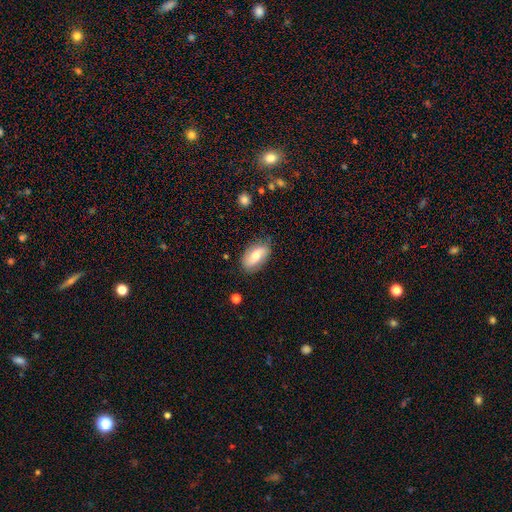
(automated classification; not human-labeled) Smooth or featured?
  - smooth: 58% *
  - featured or disk: 36%
  - star or artifact: 7%
How rounded?
  - in between: 91% *
  - round: 5%
  - cigar-shaped: 4%
Merging?
  - none: 79% *
  - minor disturbance: 16%
  - major disturbance: 3%
  - merger: 2%